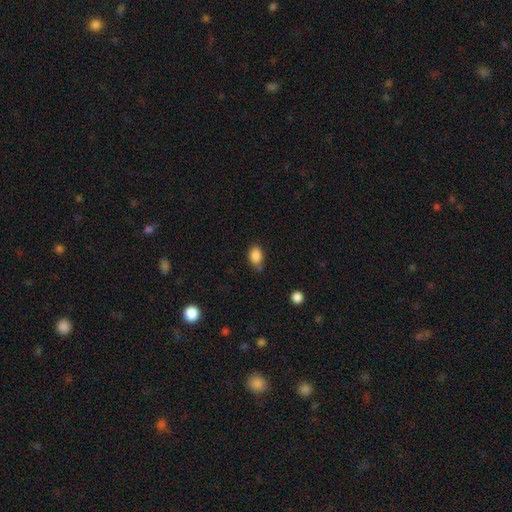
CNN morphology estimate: type=smooth (87%); roundness=in between (79%); merging=none (65%).